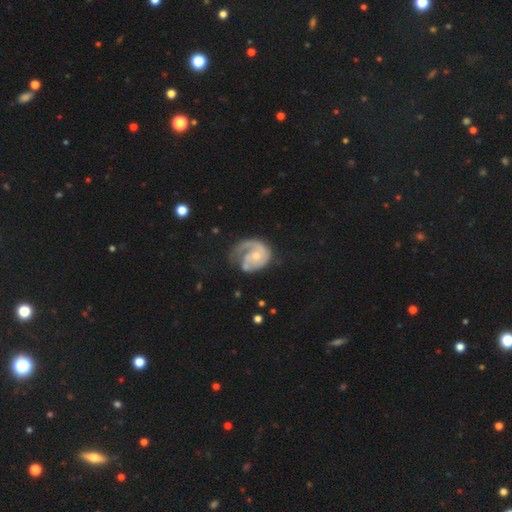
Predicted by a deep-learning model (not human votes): This is likely a featured or disk galaxy (79%). It is clearly not viewed edge-on (98%). Bar: likely no (73%). Spiral arm pattern: clearly yes (91%). Spiral arm count: likely 1 (69%). Spiral winding: marginally tight (42%). Central bulge: possibly small (51%). Merging: marginally none (44%).